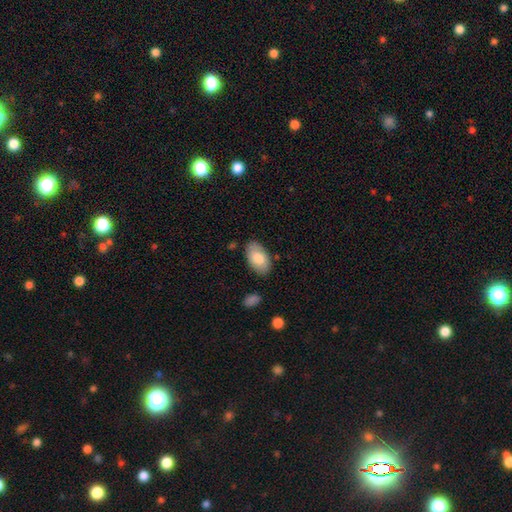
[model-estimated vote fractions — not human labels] Morphology: type=smooth (78%); roundness=in between (95%); merging=none (83%).